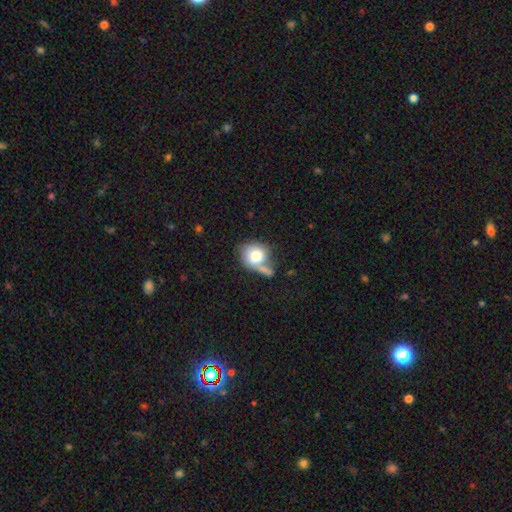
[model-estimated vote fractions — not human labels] A smooth galaxy with no disk features (74%) that is round (74%).

Vote fractions:
- Smooth or featured? smooth: 74% / featured or disk: 18% / star or artifact: 8%
- How rounded? round: 74% / in between: 25% / cigar-shaped: 1%
- Merging? none: 36% / merger: 31% / minor disturbance: 18% / major disturbance: 15%